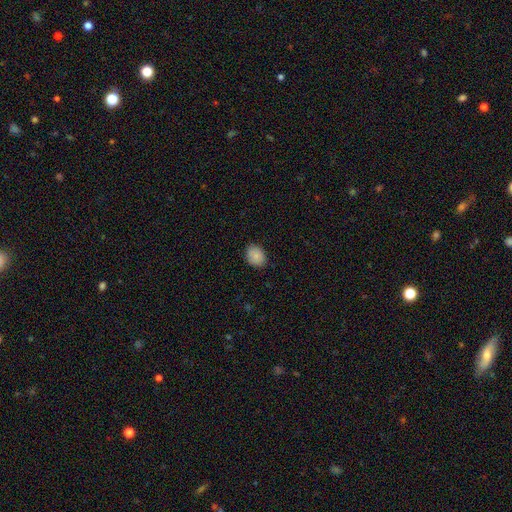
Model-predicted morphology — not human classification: smooth 85%, star or artifact 8%, featured or disk 7%. Down the decision tree: how rounded — in between (52%); merging — none (85%).